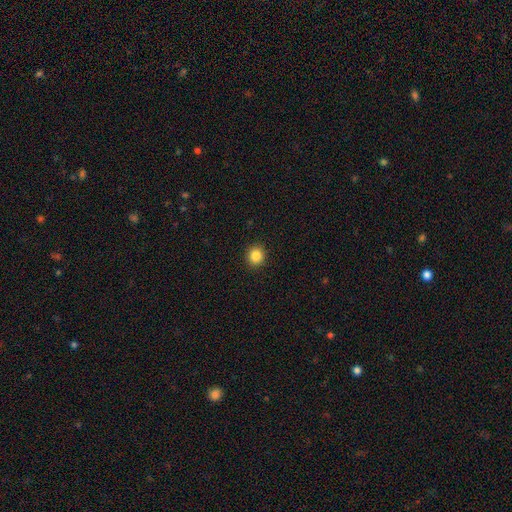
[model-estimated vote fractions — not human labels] Smooth or featured?
  - smooth: 85% *
  - star or artifact: 10%
  - featured or disk: 4%
How rounded?
  - round: 85% *
  - in between: 14%
  - cigar-shaped: 1%
Merging?
  - none: 92% *
  - minor disturbance: 5%
  - major disturbance: 2%
  - merger: 1%